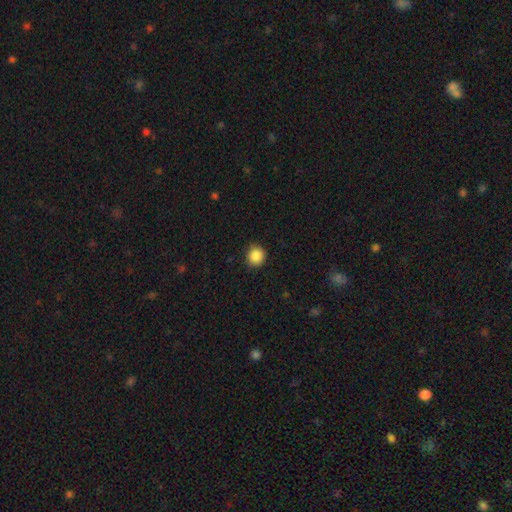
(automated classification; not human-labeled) Smooth or featured?
  - smooth: 88% *
  - star or artifact: 9%
  - featured or disk: 3%
How rounded?
  - round: 90% *
  - in between: 9%
  - cigar-shaped: 1%
Merging?
  - none: 86% *
  - minor disturbance: 11%
  - major disturbance: 2%
  - merger: 1%